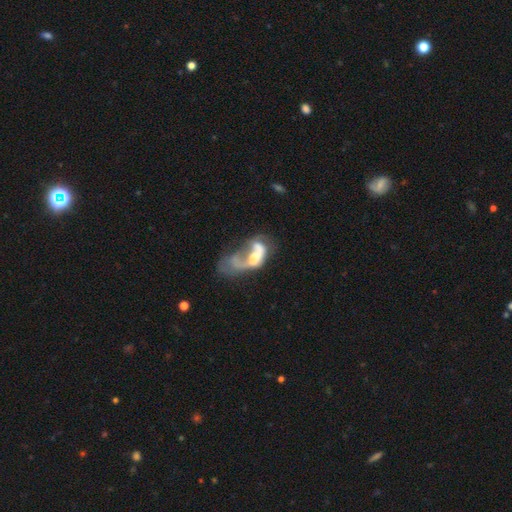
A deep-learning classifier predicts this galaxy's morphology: This appears to be a featured or disk galaxy (58%) with no bar (73%), no spiral arms (61%) and a moderate central bulge (34%). Merging: major disturbance (47%).